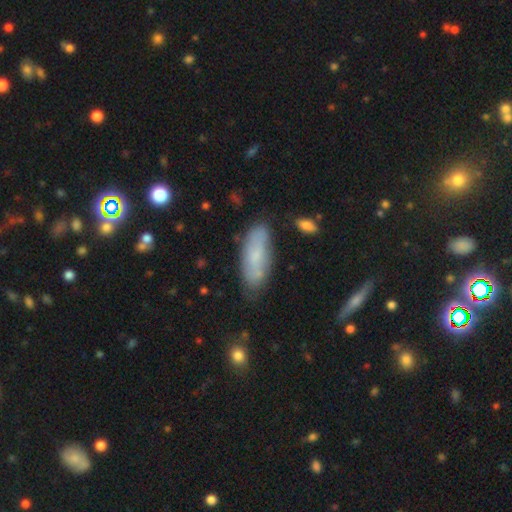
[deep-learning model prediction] This is likely a smooth galaxy (63%). How rounded: likely in between (71%). Merging: likely none (74%).